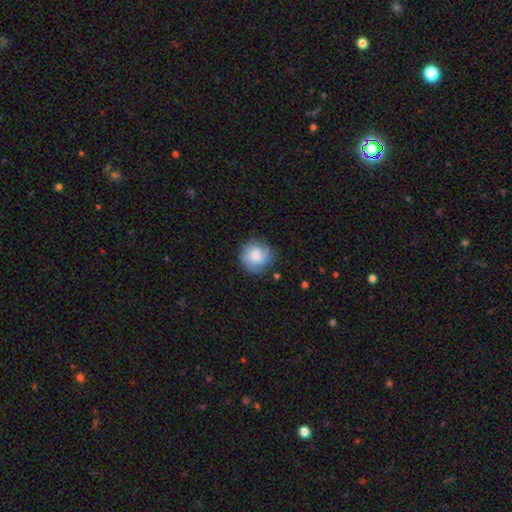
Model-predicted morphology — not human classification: This appears to be a smooth galaxy with no disk features (51%) that is round (89%). Merging: none (75%).